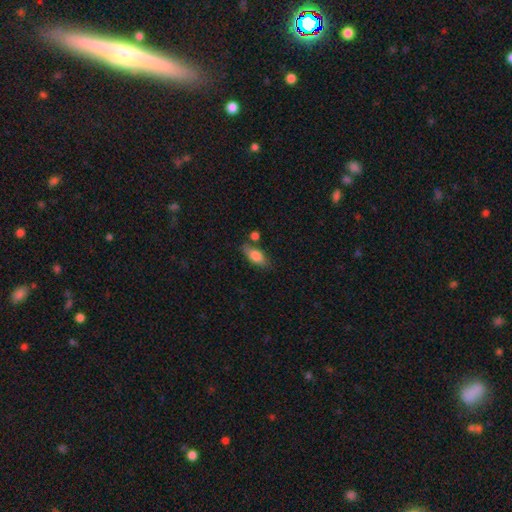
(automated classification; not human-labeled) This appears to be a smooth galaxy with no disk features (77%) that is in between round and cigar-shaped (81%). Merging: none (71%).